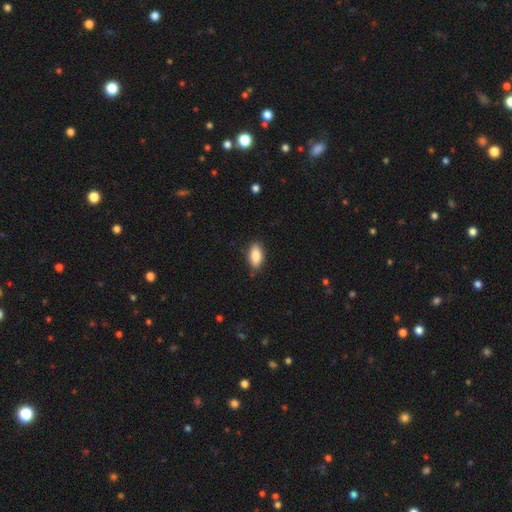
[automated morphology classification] Q: Smooth or featured?
A: smooth (86%); runner-up: featured or disk (7%)
Q: How rounded?
A: in between (89%); runner-up: cigar-shaped (8%)
Q: Merging?
A: none (83%); runner-up: minor disturbance (13%)